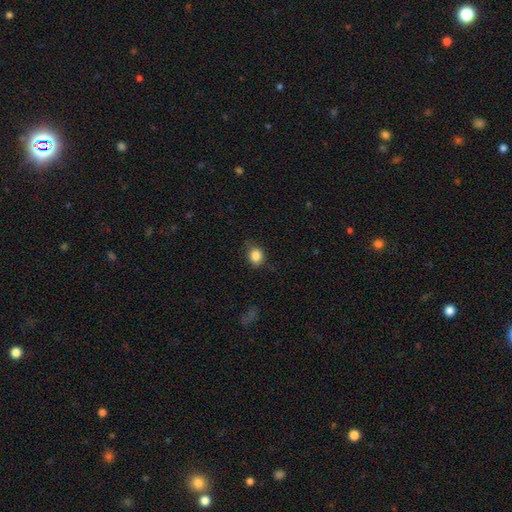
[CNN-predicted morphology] The model was most divided on "how rounded": round: 69%, in between: 30%, cigar-shaped: 1%. More confident: smooth or featured — smooth (86%); merging — none (74%).